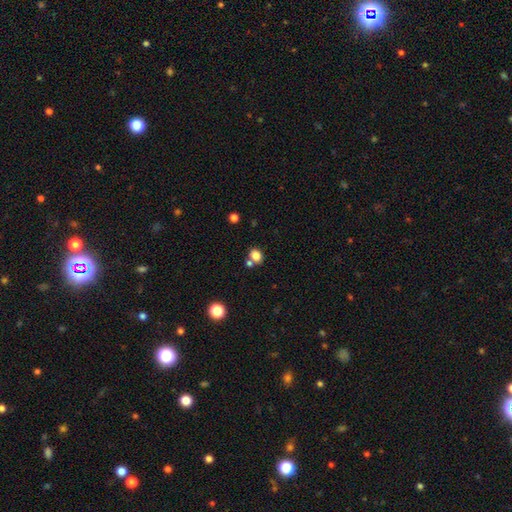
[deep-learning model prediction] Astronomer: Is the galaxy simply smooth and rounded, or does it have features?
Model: smooth — 82%.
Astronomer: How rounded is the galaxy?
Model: in between — 52% (runner-up: round, 47%).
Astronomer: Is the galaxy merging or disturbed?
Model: none — 61%.